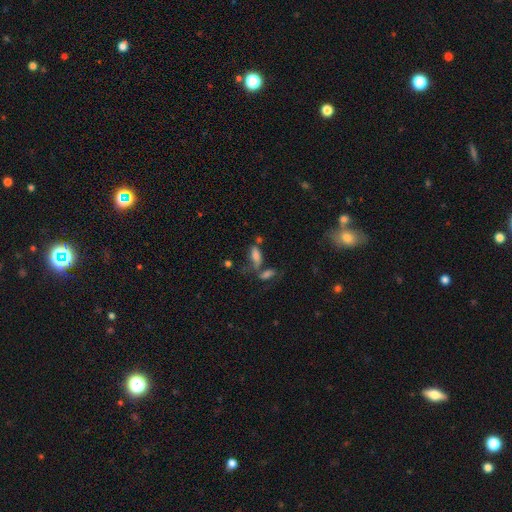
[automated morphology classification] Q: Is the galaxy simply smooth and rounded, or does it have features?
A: smooth — 70%.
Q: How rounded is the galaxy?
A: in between — 73%.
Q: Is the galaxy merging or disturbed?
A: none — 37%.